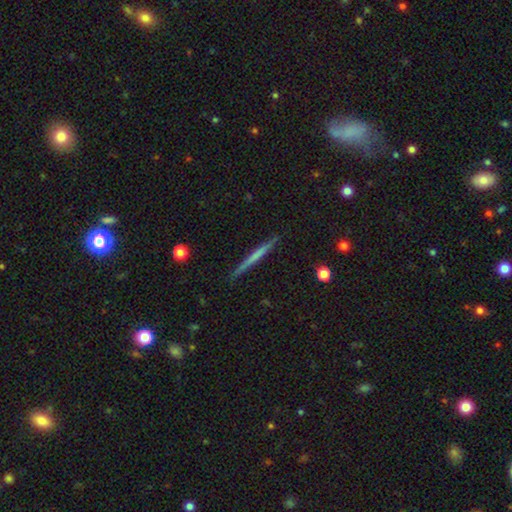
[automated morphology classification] featured or disk 49%, smooth 45%, star or artifact 6%. Down the decision tree: merging — none (90%).